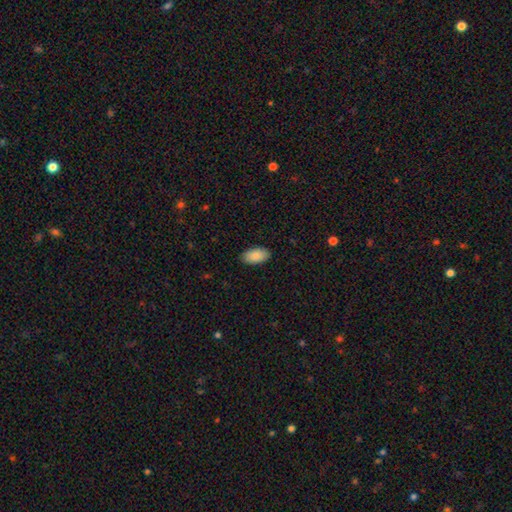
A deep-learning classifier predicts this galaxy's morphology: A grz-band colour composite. It shows a smooth galaxy with no disk features (87%) that is in between round and cigar-shaped (95%). Merging: none (89%).